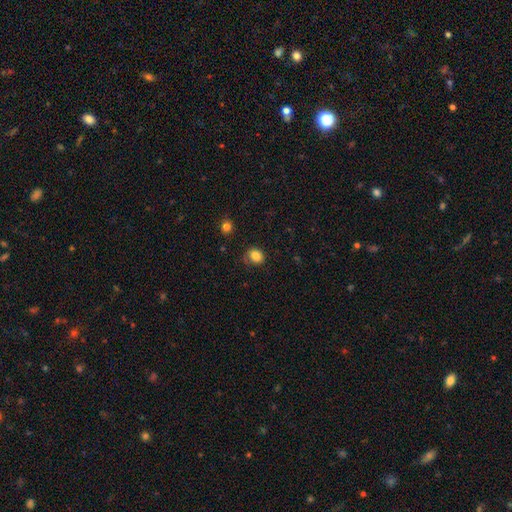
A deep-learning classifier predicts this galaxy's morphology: Smooth or featured? Predicted: smooth (p=0.83). How rounded? Predicted: round (p=0.60). Merging? Predicted: none (p=0.68).